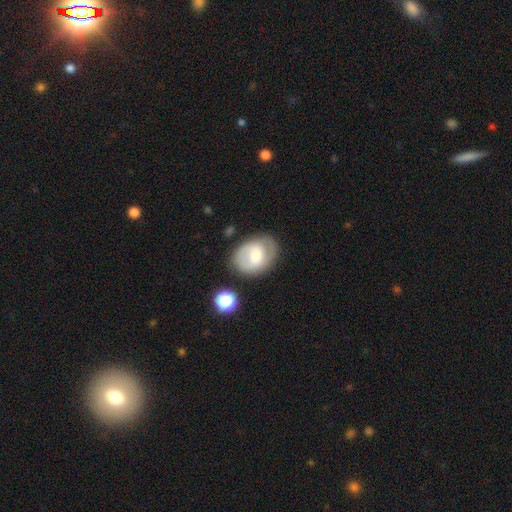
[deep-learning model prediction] Smooth or featured? Predicted: smooth (p=0.49). Merging? Predicted: none (p=0.70).